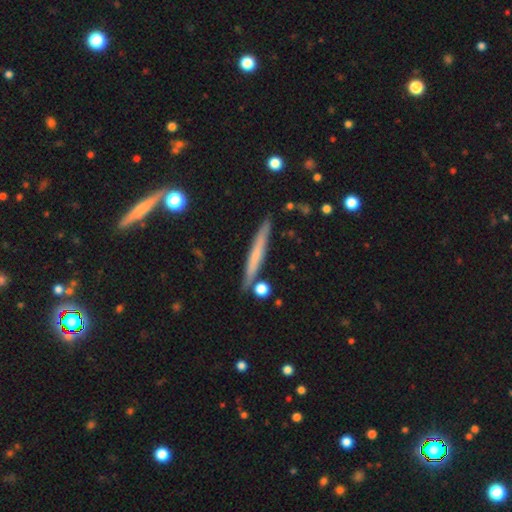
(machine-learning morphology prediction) type=smooth (50%); merging=none (85%).